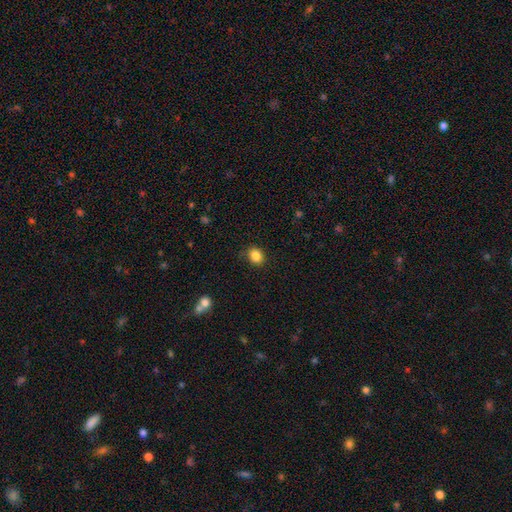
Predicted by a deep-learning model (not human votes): Smooth or featured? Predicted: smooth (p=0.86). How rounded? Predicted: in between (p=0.50). Merging? Predicted: none (p=0.84).